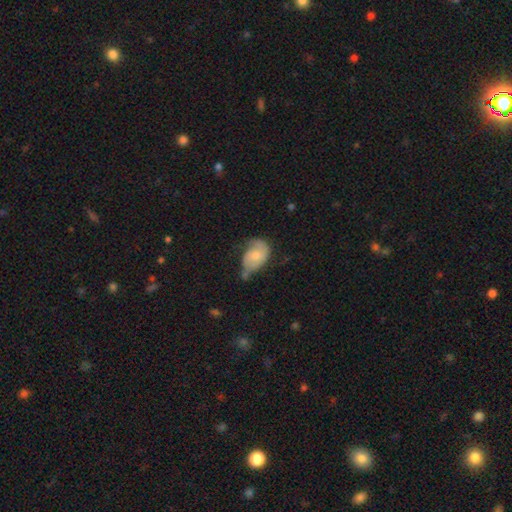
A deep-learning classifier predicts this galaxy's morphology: Smooth or featured? featured or disk (48%)
Merging? minor disturbance (37%)